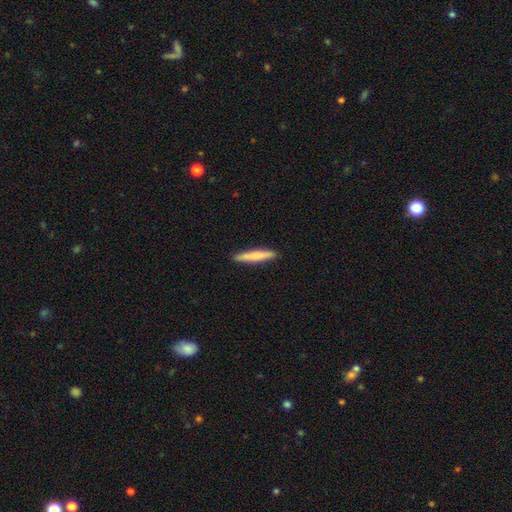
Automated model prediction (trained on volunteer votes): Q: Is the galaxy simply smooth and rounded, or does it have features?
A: smooth — 74%.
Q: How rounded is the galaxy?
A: cigar-shaped — 93%.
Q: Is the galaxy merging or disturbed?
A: none — 90%.